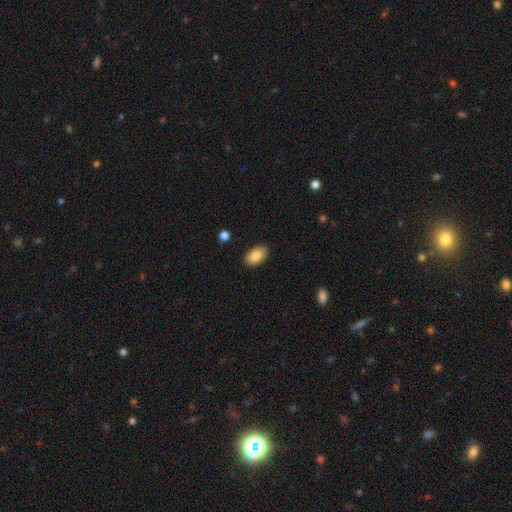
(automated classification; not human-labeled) smooth 86%, featured or disk 8%, star or artifact 7%. Down the decision tree: how rounded — in between (93%); merging — none (89%).